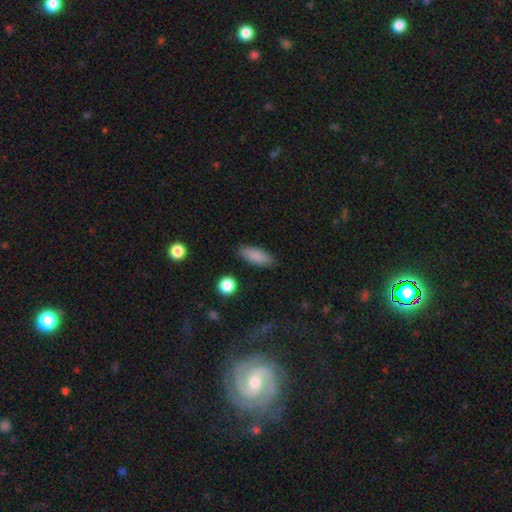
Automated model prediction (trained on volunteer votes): A smooth galaxy with no disk features (86%) that is in between round and cigar-shaped (73%).

Vote fractions:
- Smooth or featured? smooth: 86% / star or artifact: 7% / featured or disk: 7%
- How rounded? in between: 73% / cigar-shaped: 25% / round: 2%
- Merging? none: 86% / minor disturbance: 10% / major disturbance: 2% / merger: 2%